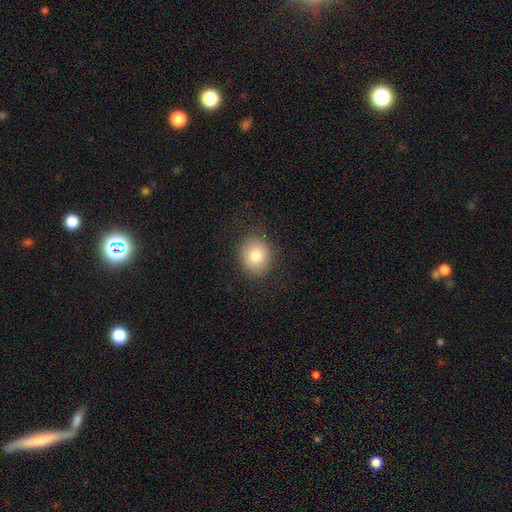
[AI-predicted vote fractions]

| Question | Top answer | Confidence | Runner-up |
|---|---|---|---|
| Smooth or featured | smooth | 81% | featured or disk (10%) |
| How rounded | round | 67% | in between (32%) |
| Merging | none | 86% | minor disturbance (10%) |